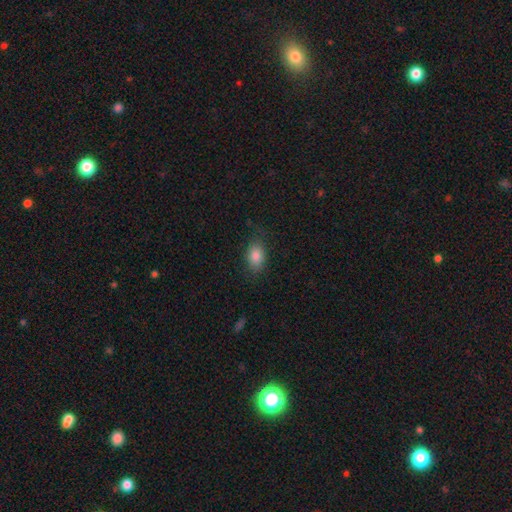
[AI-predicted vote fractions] Smooth or featured: smooth — 85% (star or artifact — 9%)
How rounded: in between — 84% (round — 14%)
Merging: none — 79% (minor disturbance — 16%)